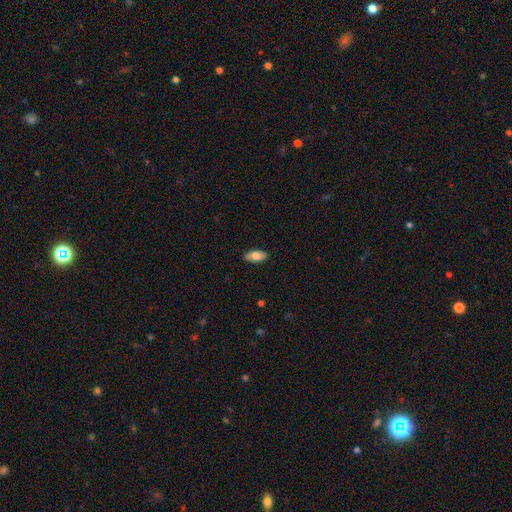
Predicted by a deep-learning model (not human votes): This appears to be a smooth galaxy with no disk features (75%) that is in between round and cigar-shaped (88%). Merging: none (87%).